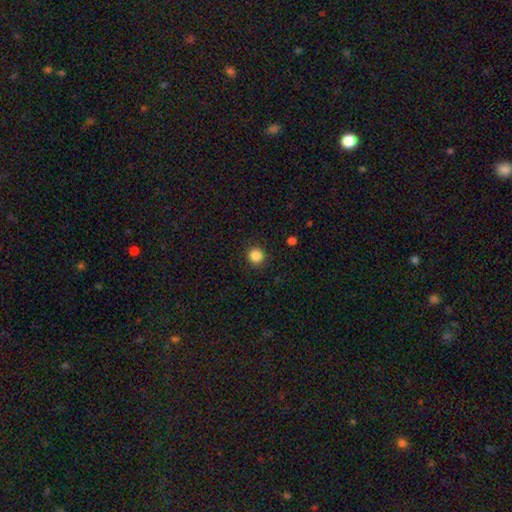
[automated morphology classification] The model was most divided on "smooth or featured": smooth: 87%, star or artifact: 10%, featured or disk: 3%. More confident: how rounded — round (94%); merging — none (91%).